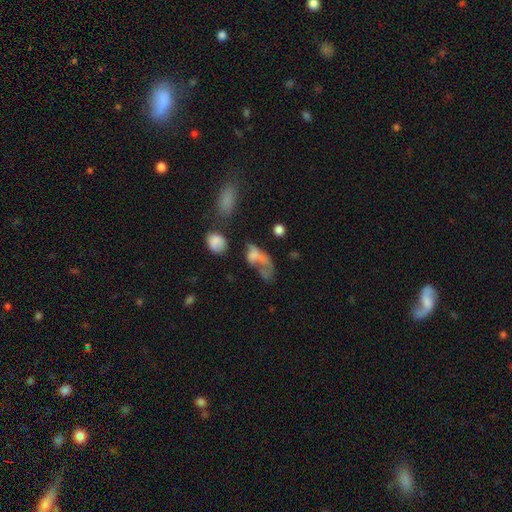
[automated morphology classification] The model was most divided on "merging": major disturbance: 43%, merger: 23%, none: 19%, minor disturbance: 15%. More confident: how rounded — in between (78%); smooth or featured — smooth (54%).